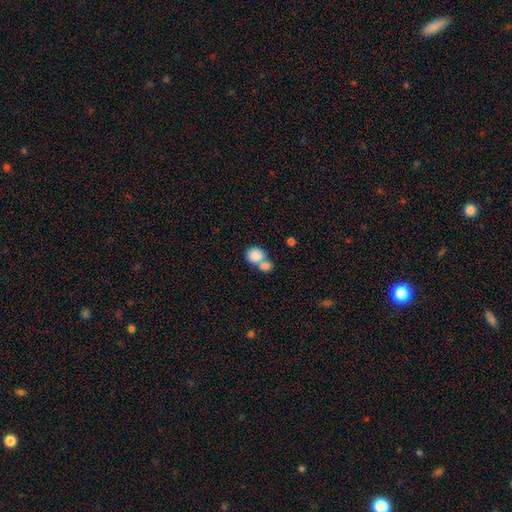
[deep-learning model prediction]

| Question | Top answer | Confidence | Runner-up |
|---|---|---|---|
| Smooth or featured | smooth | 84% | featured or disk (8%) |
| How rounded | round | 65% | in between (33%) |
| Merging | merger | 59% | none (30%) |